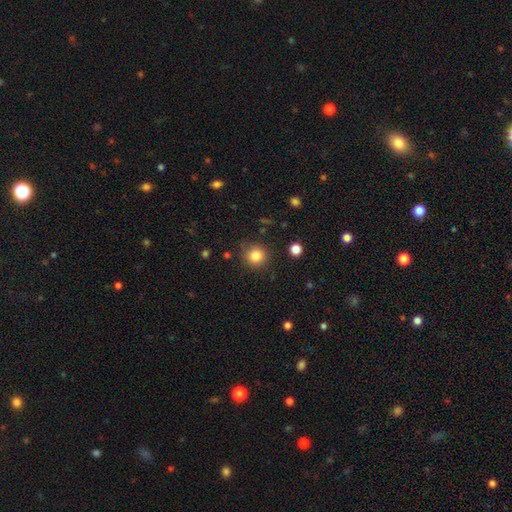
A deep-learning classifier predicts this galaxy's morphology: Q: Smooth or featured?
A: smooth (83%); runner-up: star or artifact (11%)
Q: How rounded?
A: round (92%); runner-up: in between (7%)
Q: Merging?
A: none (85%); runner-up: minor disturbance (10%)